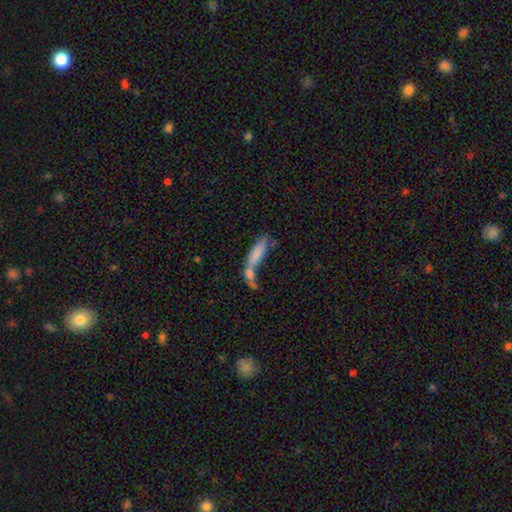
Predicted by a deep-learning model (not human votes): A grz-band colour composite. It shows a smooth galaxy with no disk features (72%) that is cigar-shaped (62%). Merging: merger (56%).